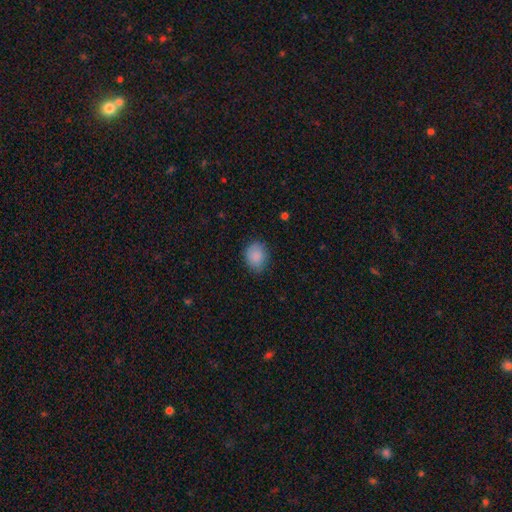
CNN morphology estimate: Overall: smooth (88%). How rounded: round (50%; in between 49%). Merging: none (79%).